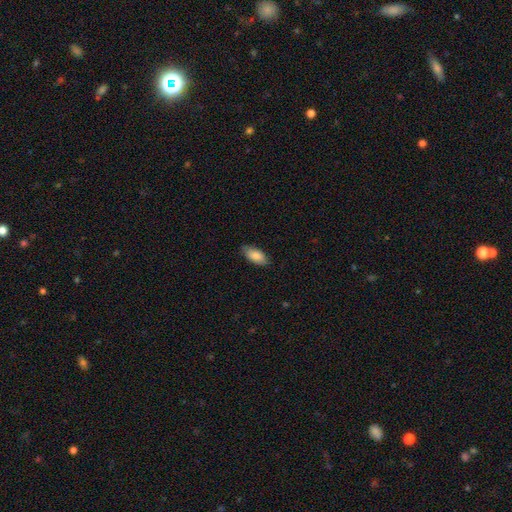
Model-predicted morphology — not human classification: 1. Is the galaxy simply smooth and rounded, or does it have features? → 84% smooth, 10% featured or disk, 6% star or artifact.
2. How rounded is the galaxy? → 89% in between, 8% cigar-shaped, 2% round.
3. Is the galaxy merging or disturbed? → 84% none, 13% minor disturbance, 2% major disturbance, 1% merger.